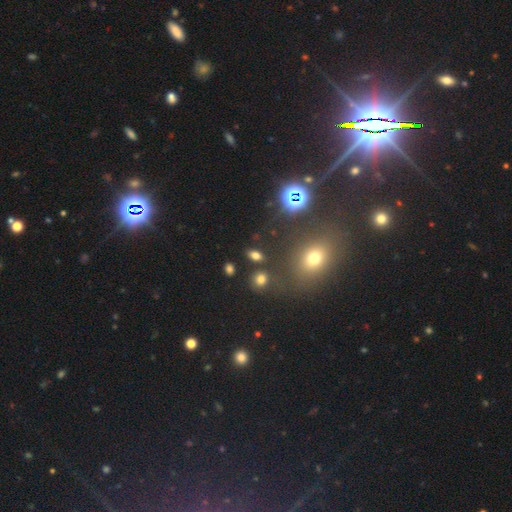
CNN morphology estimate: smooth 72%, star or artifact 19%, featured or disk 9%. Down the decision tree: how rounded — in between (78%); merging — none (82%).